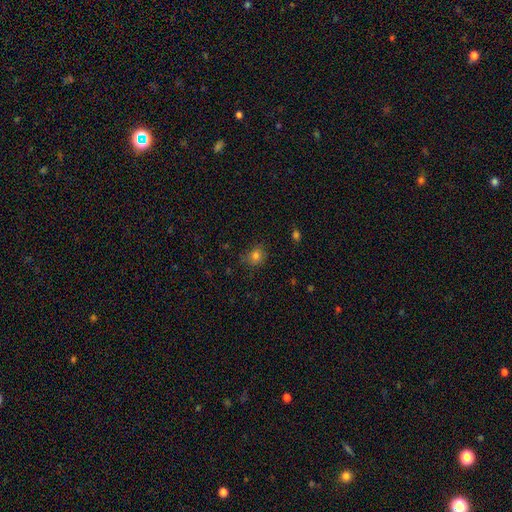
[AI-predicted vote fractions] Overall: smooth (79%). How rounded: round (71%). Merging: none (74%).